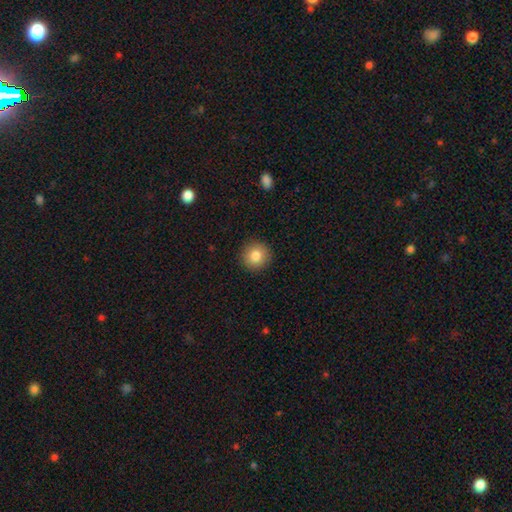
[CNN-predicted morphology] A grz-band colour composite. It shows a smooth galaxy with no disk features (82%) that is round (95%). Merging: none (92%).